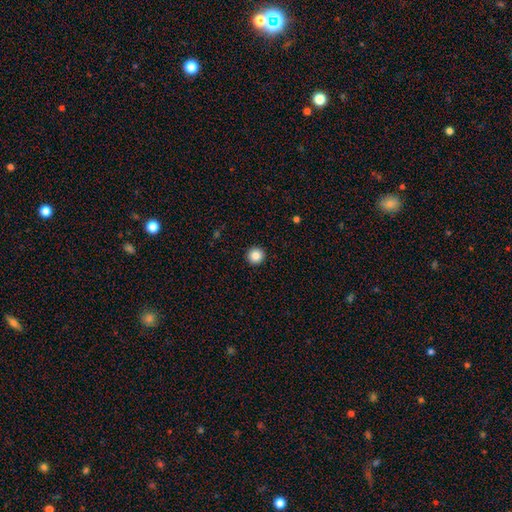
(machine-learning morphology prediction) smooth_or_featured: smooth (p=0.86) [alt: star or artifact p=0.10]
how_rounded: round (p=0.96) [alt: in between p=0.03]
merging: none (p=0.94) [alt: minor disturbance p=0.04]